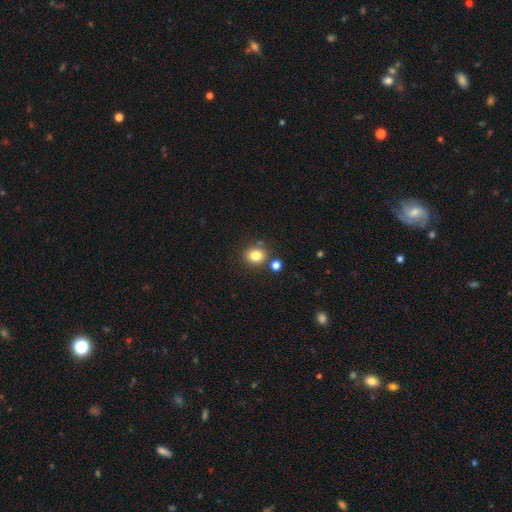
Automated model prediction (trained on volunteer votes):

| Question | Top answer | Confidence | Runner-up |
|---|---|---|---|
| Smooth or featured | smooth | 82% | star or artifact (12%) |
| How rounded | round | 72% | in between (27%) |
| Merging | none | 75% | merger (11%) |